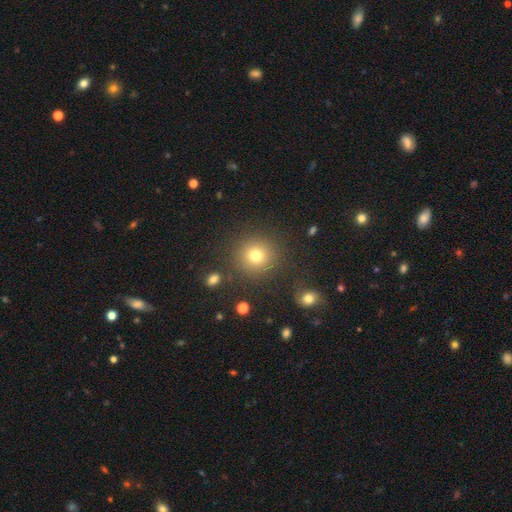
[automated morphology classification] This is likely a smooth galaxy (77%). How rounded: clearly round (92%). Merging: clearly none (87%).